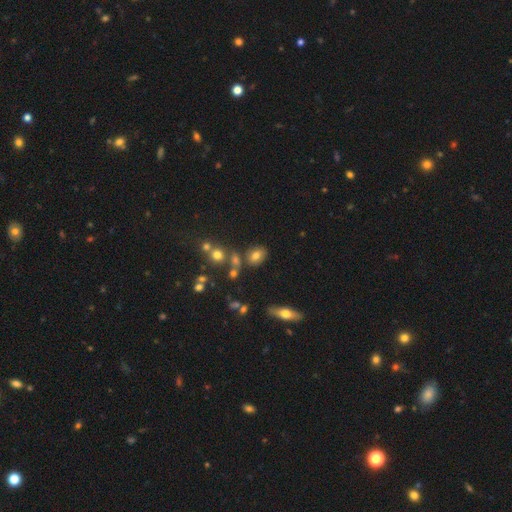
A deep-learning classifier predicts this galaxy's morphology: The model was most divided on "how rounded": in between: 73%, round: 25%, cigar-shaped: 2%. More confident: smooth or featured — smooth (72%); merging — none (70%).